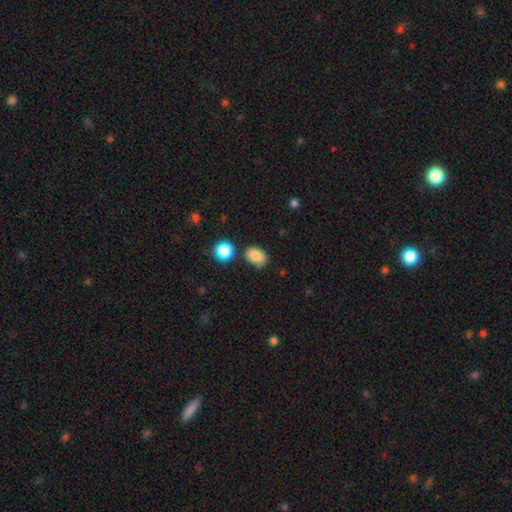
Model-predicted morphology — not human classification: A smooth galaxy with no disk features (85%) that is in between round and cigar-shaped (75%). Merging: none (73%).